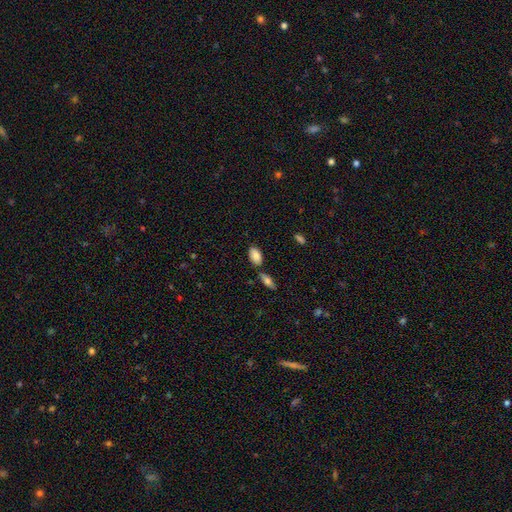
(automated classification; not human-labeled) smooth-or-featured: smooth: 84% | featured or disk: 9% | star or artifact: 7%
  how-rounded: in between: 94% | round: 4% | cigar-shaped: 3%
  merging: none: 71% | minor disturbance: 14% | merger: 12% | major disturbance: 3%